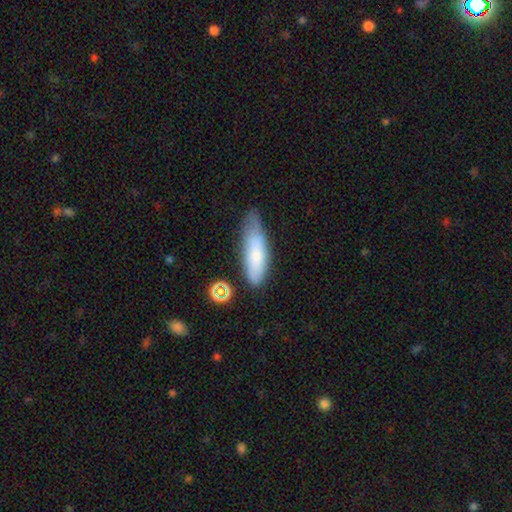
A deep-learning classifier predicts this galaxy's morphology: Q: Smooth or featured?
A: smooth (73%); runner-up: featured or disk (19%)
Q: How rounded?
A: cigar-shaped (52%); runner-up: in between (46%)
Q: Merging?
A: none (55%); runner-up: minor disturbance (33%)